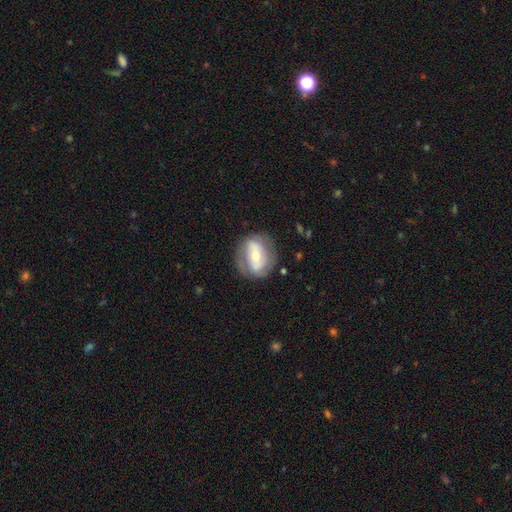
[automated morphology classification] This appears to be a featured or disk galaxy (62%) with a strong bar (42%), spiral arms (57%) and a moderate central bulge (58%). Merging: none (72%).